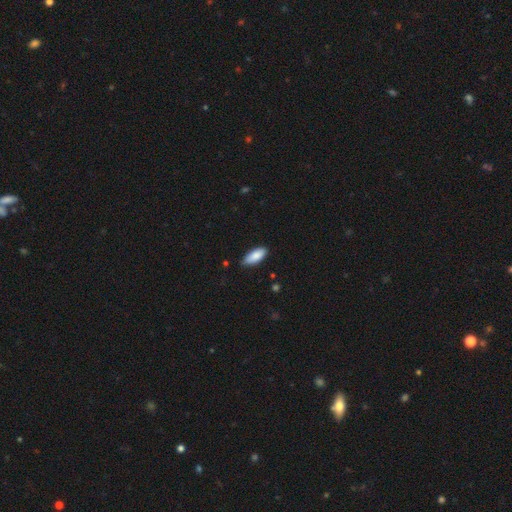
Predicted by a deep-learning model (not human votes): Smooth or featured?
  - smooth: 86% *
  - featured or disk: 8%
  - star or artifact: 6%
How rounded?
  - in between: 84% *
  - cigar-shaped: 14%
  - round: 2%
Merging?
  - none: 79% *
  - minor disturbance: 17%
  - major disturbance: 2%
  - merger: 1%